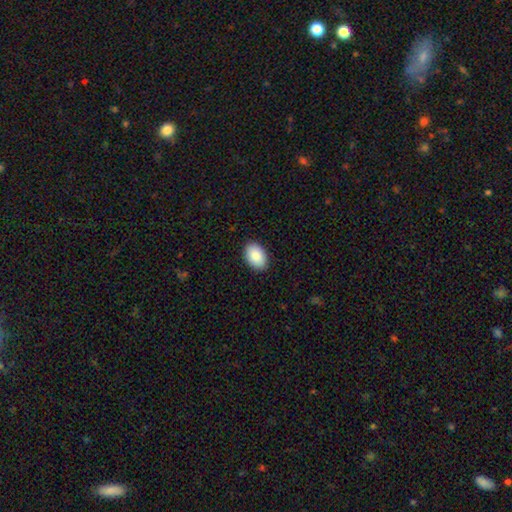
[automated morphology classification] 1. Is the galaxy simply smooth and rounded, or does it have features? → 89% smooth, 6% star or artifact, 5% featured or disk.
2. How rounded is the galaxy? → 90% in between, 9% round, 1% cigar-shaped.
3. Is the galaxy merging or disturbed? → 89% none, 8% minor disturbance, 2% major disturbance, 1% merger.